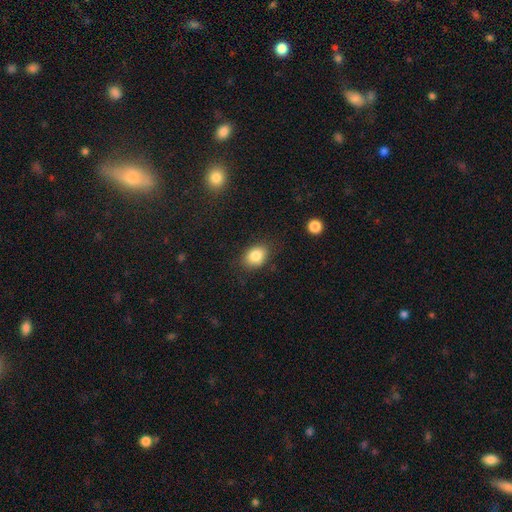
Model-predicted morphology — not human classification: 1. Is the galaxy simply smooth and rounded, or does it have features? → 84% smooth, 9% star or artifact, 7% featured or disk.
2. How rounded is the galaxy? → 68% in between, 31% round, 1% cigar-shaped.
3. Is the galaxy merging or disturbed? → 82% none, 13% minor disturbance, 4% major disturbance, 2% merger.